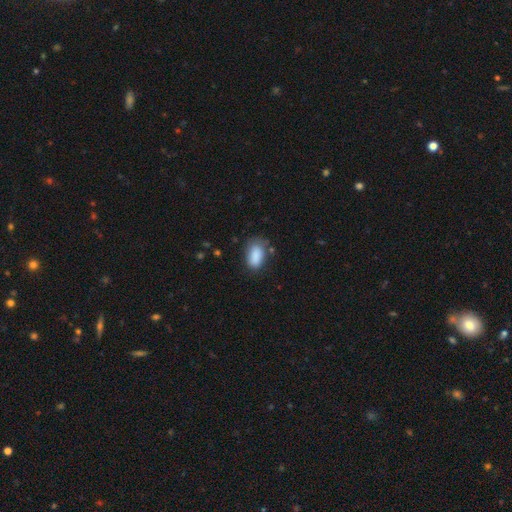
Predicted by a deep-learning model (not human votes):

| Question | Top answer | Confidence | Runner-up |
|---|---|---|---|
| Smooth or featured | smooth | 87% | star or artifact (7%) |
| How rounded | in between | 92% | round (5%) |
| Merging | none | 66% | minor disturbance (24%) |